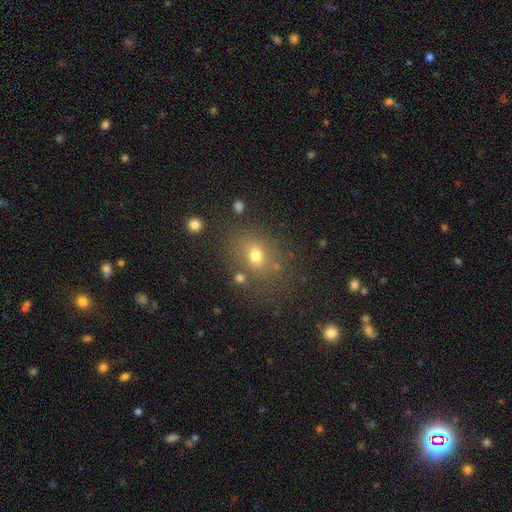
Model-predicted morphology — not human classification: Smooth or featured? Predicted: smooth (p=0.68). How rounded? Predicted: in between (p=0.54). Merging? Predicted: none (p=0.73).